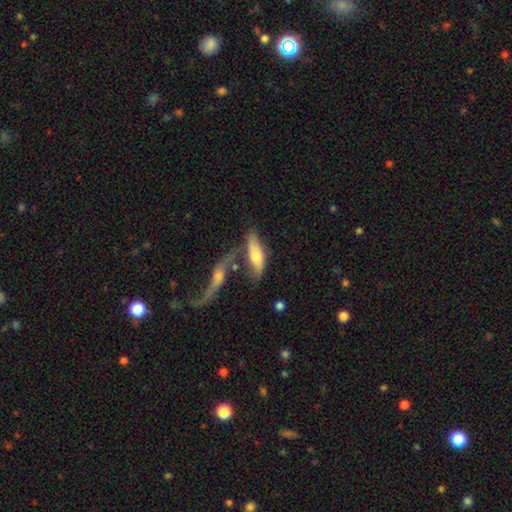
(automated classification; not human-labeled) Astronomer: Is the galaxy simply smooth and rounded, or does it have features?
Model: smooth — 55% (runner-up: featured or disk, 38%).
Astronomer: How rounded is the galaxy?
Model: in between — 58% (runner-up: cigar-shaped, 39%).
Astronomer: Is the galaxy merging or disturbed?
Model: merger — 40% (runner-up: none, 33%).